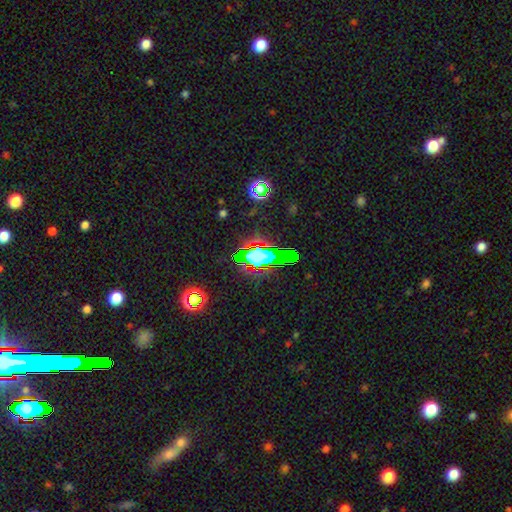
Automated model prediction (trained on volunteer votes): star or artifact 54%, smooth 28%, featured or disk 17%.